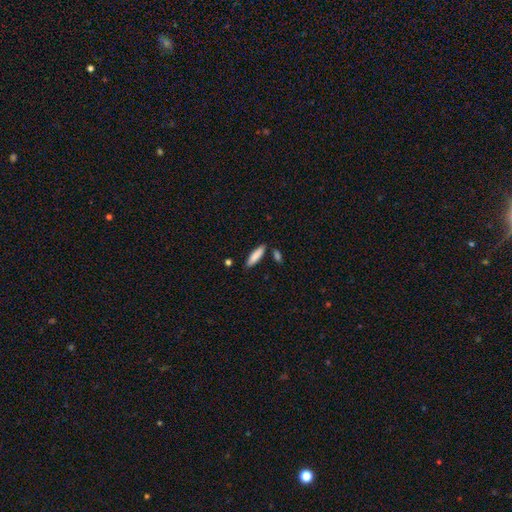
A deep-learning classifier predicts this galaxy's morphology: A smooth galaxy with no disk features (86%) that is cigar-shaped (65%). Merging: none (82%).